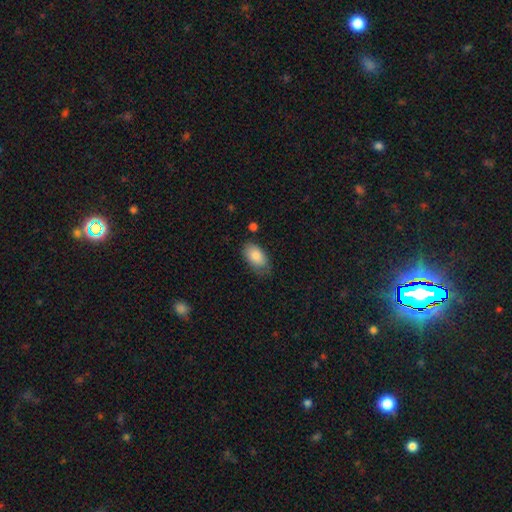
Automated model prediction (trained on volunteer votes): smooth-or-featured: smooth: 86% | featured or disk: 8% | star or artifact: 6%
  how-rounded: in between: 94% | round: 4% | cigar-shaped: 2%
  merging: none: 66% | minor disturbance: 26% | major disturbance: 6% | merger: 3%